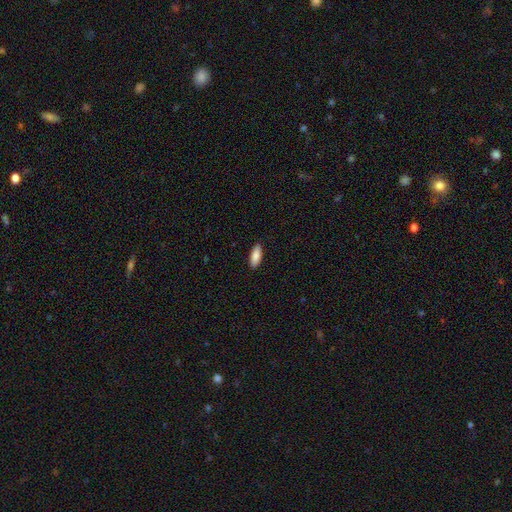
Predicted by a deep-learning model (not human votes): This appears to be a smooth galaxy with no disk features (88%) that is in between round and cigar-shaped (74%). Merging: none (89%).